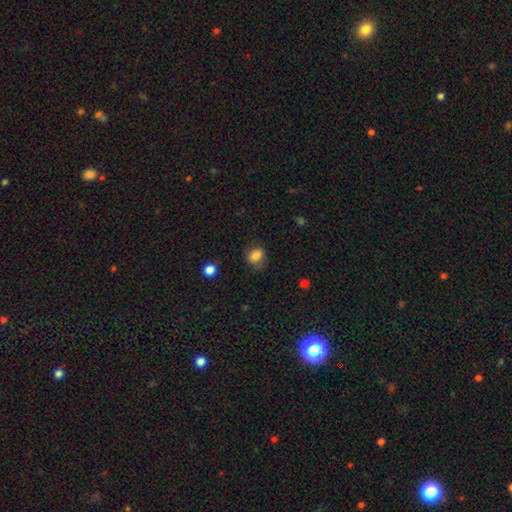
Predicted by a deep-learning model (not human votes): smooth 81%, star or artifact 10%, featured or disk 8%. Down the decision tree: how rounded — round (51%); merging — none (70%).